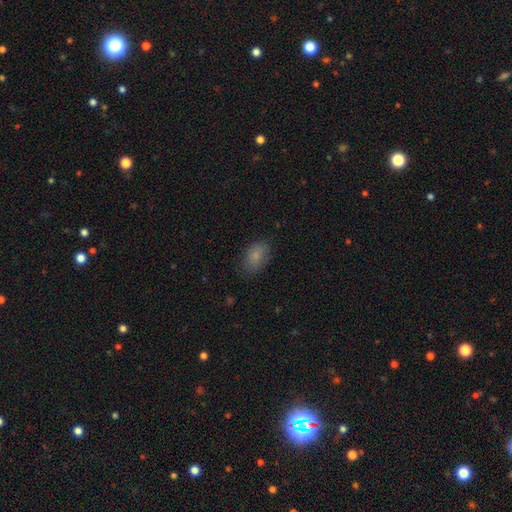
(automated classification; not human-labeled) The model was most divided on "merging": none: 77%, minor disturbance: 18%, major disturbance: 4%, merger: 1%. More confident: how rounded — in between (87%); smooth or featured — smooth (81%).